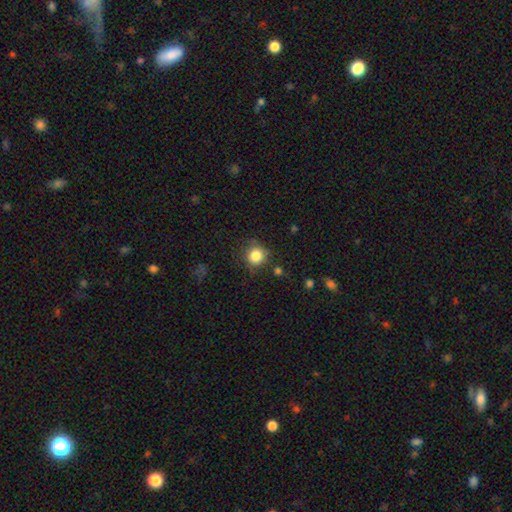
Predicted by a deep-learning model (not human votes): smooth-or-featured: smooth: 84% | star or artifact: 11% | featured or disk: 5%
  how-rounded: round: 92% | in between: 8% | cigar-shaped: 1%
  merging: none: 79% | minor disturbance: 14% | major disturbance: 4% | merger: 3%